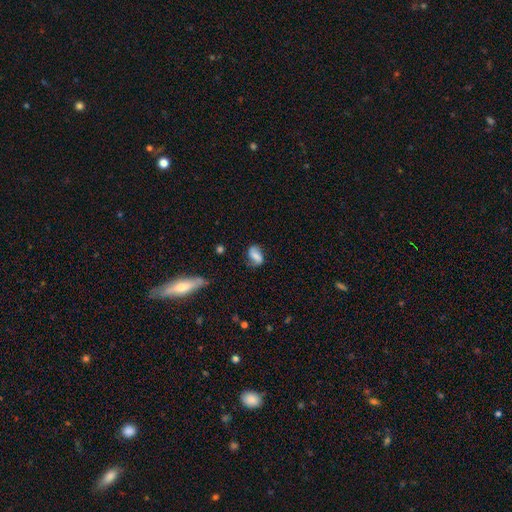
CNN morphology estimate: A smooth galaxy with no disk features (51%) that is in between round and cigar-shaped (84%).

Vote fractions:
- Smooth or featured? smooth: 51% / featured or disk: 40% / star or artifact: 10%
- How rounded? in between: 84% / round: 11% / cigar-shaped: 5%
- Merging? none: 63% / minor disturbance: 25% / major disturbance: 9% / merger: 3%